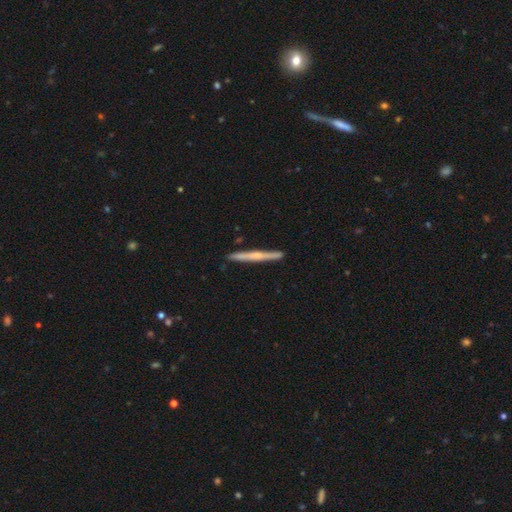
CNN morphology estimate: A featured or disk galaxy (58%) viewed edge-on (97%) with a rounded central bulge (48%).

Vote fractions:
- Smooth or featured? featured or disk: 58% / smooth: 37% / star or artifact: 5%
- Edge-on disk? yes: 97% / no: 3%
- Edge-on bulge? rounded: 48% / none: 45% / boxy: 7%
- Merging? none: 91% / minor disturbance: 6% / merger: 1% / major disturbance: 1%